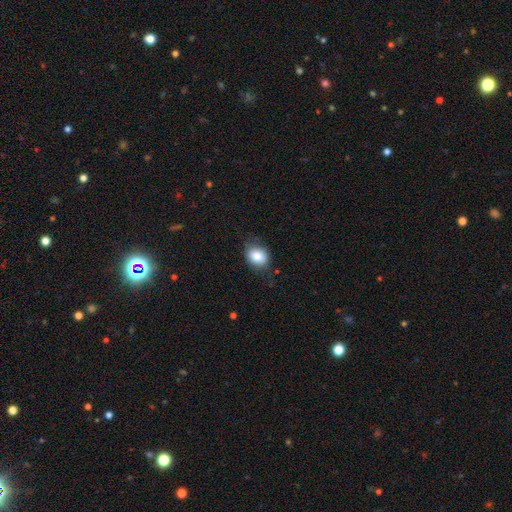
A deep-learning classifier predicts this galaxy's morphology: type=smooth (83%); roundness=in between (51%); merging=none (69%).